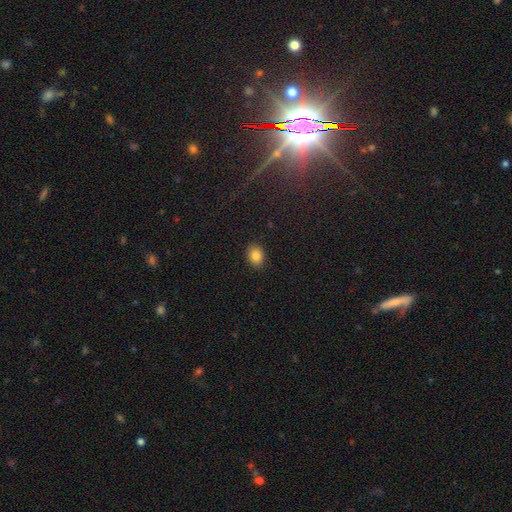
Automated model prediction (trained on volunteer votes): Smooth or featured?
  - smooth: 85% *
  - star or artifact: 9%
  - featured or disk: 6%
How rounded?
  - in between: 67% *
  - round: 32%
  - cigar-shaped: 1%
Merging?
  - none: 89% *
  - minor disturbance: 8%
  - major disturbance: 2%
  - merger: 1%